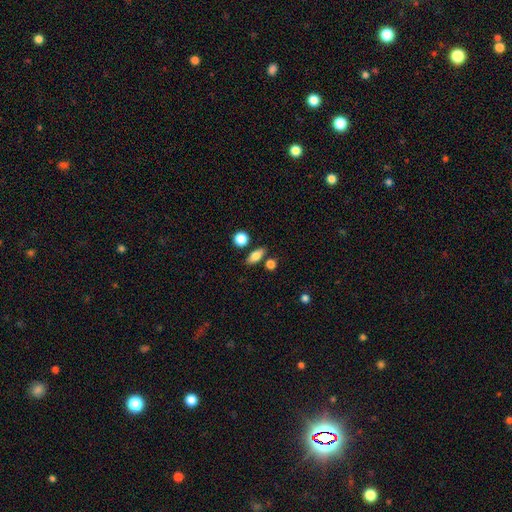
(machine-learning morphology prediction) smooth-or-featured: smooth: 79% | featured or disk: 12% | star or artifact: 9%
  how-rounded: in between: 78% | cigar-shaped: 11% | round: 11%
  merging: none: 79% | minor disturbance: 11% | merger: 7% | major disturbance: 3%